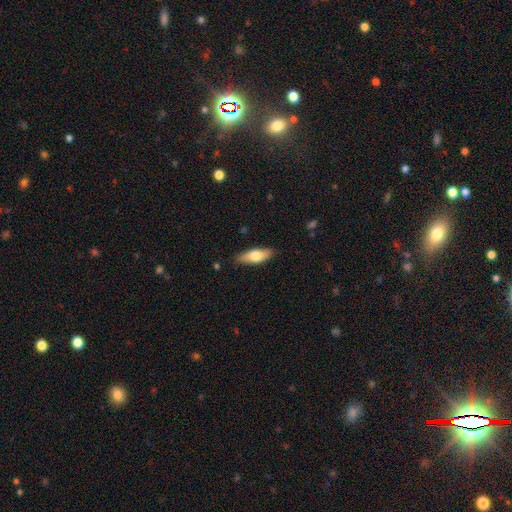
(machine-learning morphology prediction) Smooth or featured?
  - smooth: 67% *
  - featured or disk: 28%
  - star or artifact: 6%
How rounded?
  - in between: 65% *
  - cigar-shaped: 33%
  - round: 2%
Merging?
  - none: 85% *
  - minor disturbance: 12%
  - major disturbance: 2%
  - merger: 1%